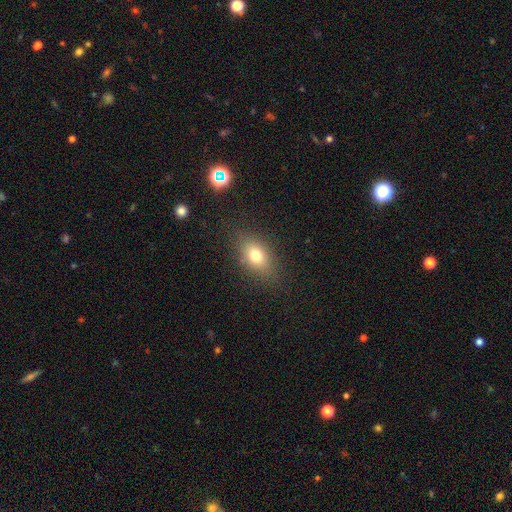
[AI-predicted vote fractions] smooth 73%, featured or disk 15%, star or artifact 12%. Down the decision tree: how rounded — in between (78%); merging — none (82%).